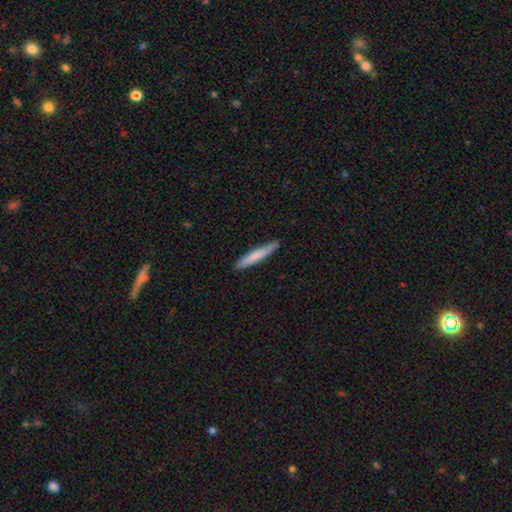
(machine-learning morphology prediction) Q: Smooth or featured?
A: smooth (74%); runner-up: featured or disk (21%)
Q: How rounded?
A: cigar-shaped (95%); runner-up: in between (4%)
Q: Merging?
A: none (88%); runner-up: minor disturbance (9%)